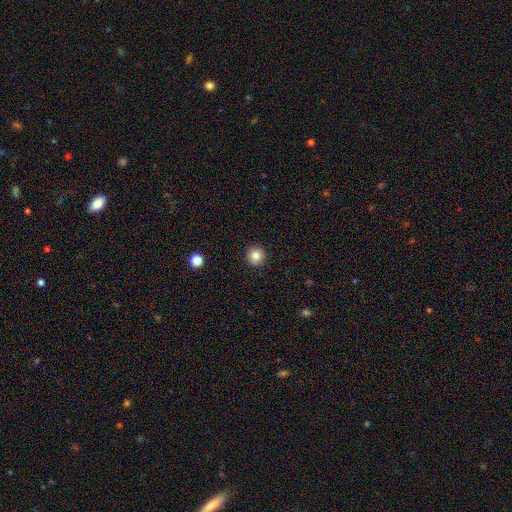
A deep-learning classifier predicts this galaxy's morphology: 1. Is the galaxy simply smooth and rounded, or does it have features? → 84% smooth, 10% star or artifact, 6% featured or disk.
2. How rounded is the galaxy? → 95% round, 4% in between, 1% cigar-shaped.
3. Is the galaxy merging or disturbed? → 93% none, 5% minor disturbance, 2% major disturbance, 1% merger.